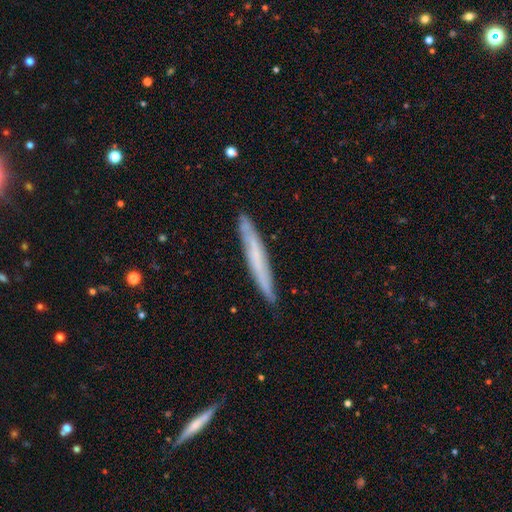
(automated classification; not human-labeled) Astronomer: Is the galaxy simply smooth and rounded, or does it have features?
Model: smooth — 50% (runner-up: featured or disk, 43%).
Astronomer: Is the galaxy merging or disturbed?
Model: none — 88%.